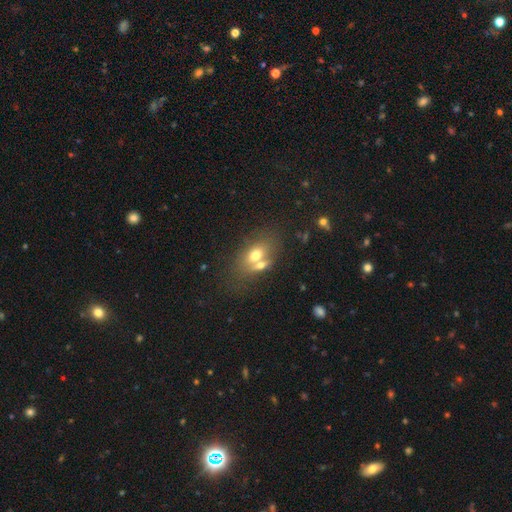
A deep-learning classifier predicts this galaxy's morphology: This is likely a smooth galaxy (65%). How rounded: likely in between (78%). Merging: possibly merger (46%).